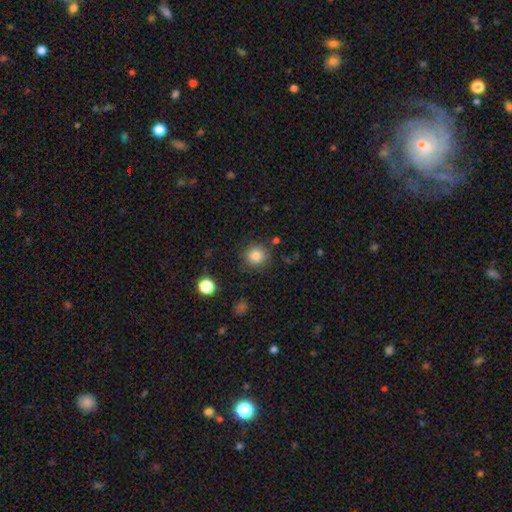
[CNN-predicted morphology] The model was most divided on "smooth or featured": smooth: 83%, star or artifact: 11%, featured or disk: 6%. More confident: how rounded — round (92%); merging — none (85%).